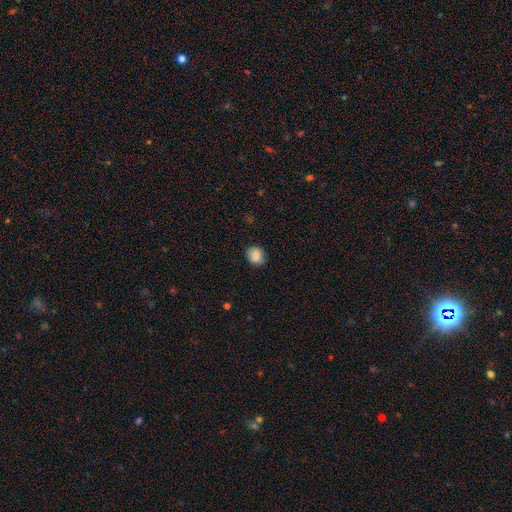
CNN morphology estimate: This is clearly a smooth galaxy (85%). How rounded: likely round (66%). Merging: clearly none (85%).